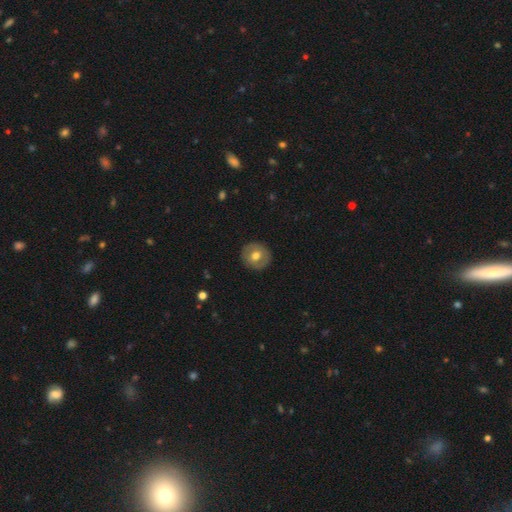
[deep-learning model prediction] Q: Smooth or featured?
A: smooth (63%); runner-up: featured or disk (29%)
Q: How rounded?
A: round (91%); runner-up: in between (8%)
Q: Merging?
A: none (90%); runner-up: minor disturbance (7%)